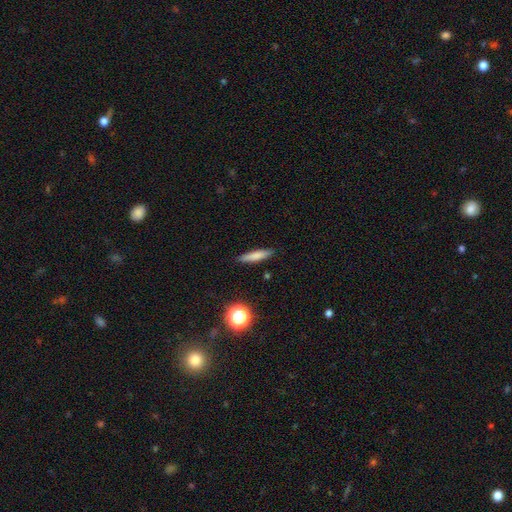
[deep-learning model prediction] Overall: smooth (74%). How rounded: cigar-shaped (85%). Merging: none (87%).